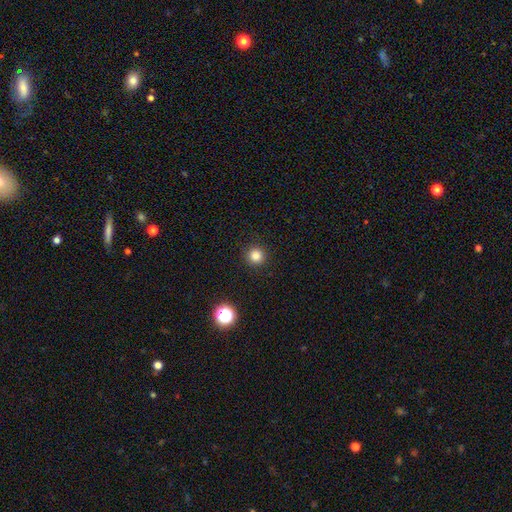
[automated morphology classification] Smooth or featured?
  - smooth: 82% *
  - star or artifact: 14%
  - featured or disk: 4%
How rounded?
  - round: 96% *
  - in between: 3%
  - cigar-shaped: 1%
Merging?
  - none: 92% *
  - minor disturbance: 5%
  - major disturbance: 2%
  - merger: 1%